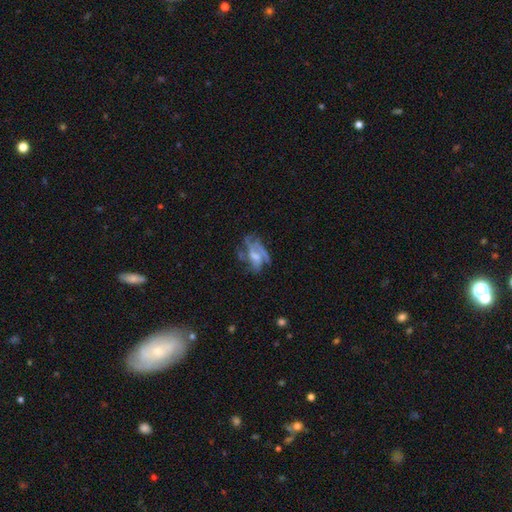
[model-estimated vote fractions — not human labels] smooth-or-featured: featured or disk: 71% | smooth: 20% | star or artifact: 9%
  disk-edge-on: no: 96% | yes: 4%
    bar: no: 50% | weak: 37% | strong: 13%
    has-spiral-arms: yes: 77% | no: 23%
      spiral-winding: medium: 44% | tight: 30% | loose: 25%
      spiral-arm-count: 3: 29% (tied) | can't tell: 29% (tied) | 2: 22% | 4: 9% | 1: 7% | more than 4: 4%
    bulge-size: moderate: 39% | small: 32% | none: 20% | large: 8% | dominant: 2%
  merging: none: 38% | major disturbance: 34% | minor disturbance: 22% | merger: 7%